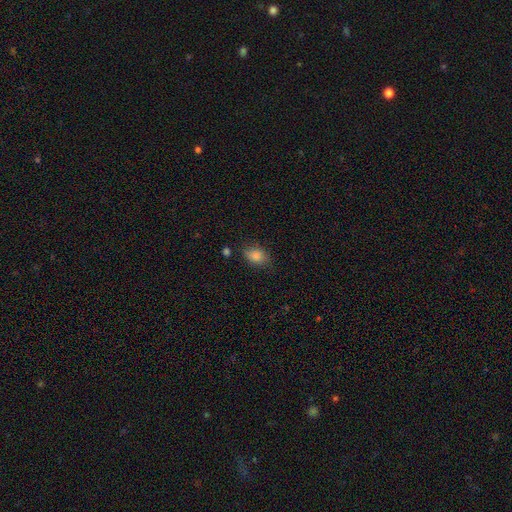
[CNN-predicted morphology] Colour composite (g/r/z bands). It shows a smooth galaxy with no disk features (82%) that is in between round and cigar-shaped (75%). Merging: none (73%).